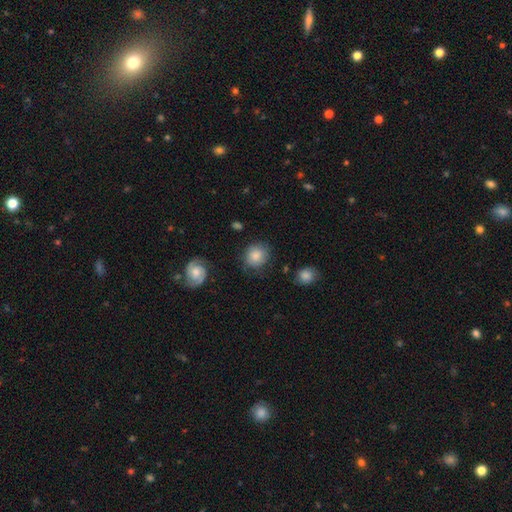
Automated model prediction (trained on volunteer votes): A smooth galaxy with no disk features (79%) that is round (81%).

Vote fractions:
- Smooth or featured? smooth: 79% / featured or disk: 13% / star or artifact: 8%
- How rounded? round: 81% / in between: 19% / cigar-shaped: 1%
- Merging? none: 72% / minor disturbance: 19% / major disturbance: 7% / merger: 3%